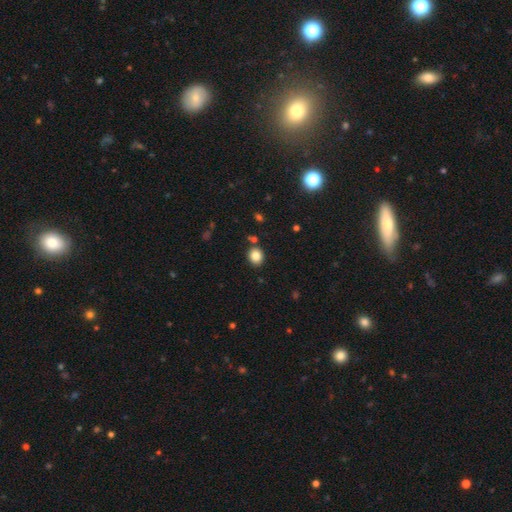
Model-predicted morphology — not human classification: This appears to be a smooth galaxy with no disk features (84%) that is round (65%). Merging: none (84%).